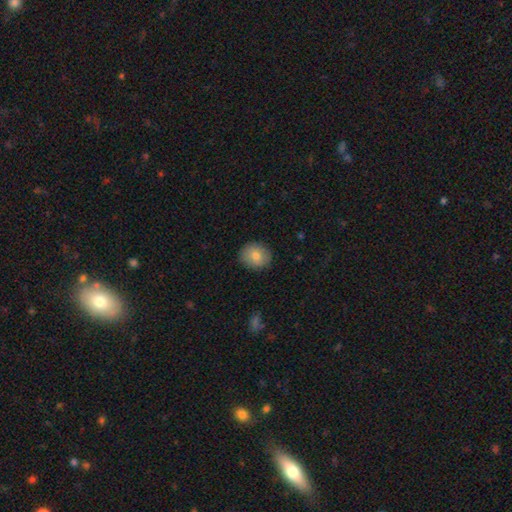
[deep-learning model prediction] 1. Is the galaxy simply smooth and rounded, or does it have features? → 80% smooth, 12% featured or disk, 8% star or artifact.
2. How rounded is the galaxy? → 76% round, 23% in between, 1% cigar-shaped.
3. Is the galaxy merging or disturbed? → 88% none, 9% minor disturbance, 2% major disturbance, 1% merger.